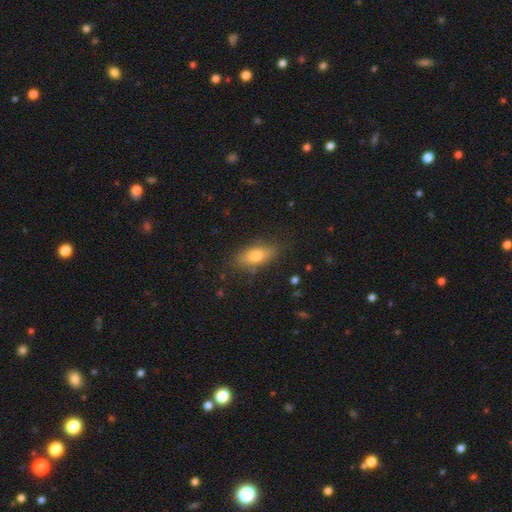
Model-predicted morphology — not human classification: smooth 74%, featured or disk 18%, star or artifact 8%. Down the decision tree: how rounded — in between (79%); merging — none (81%).